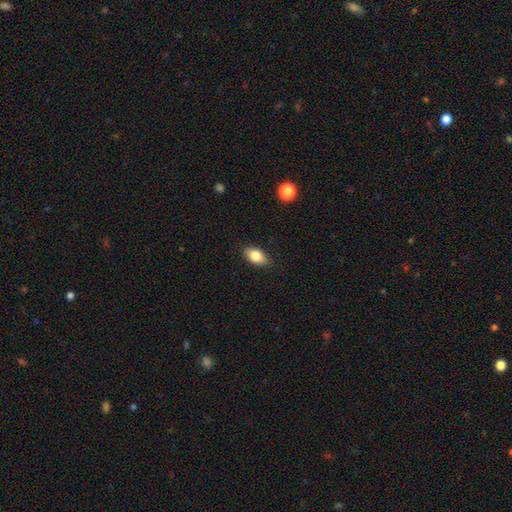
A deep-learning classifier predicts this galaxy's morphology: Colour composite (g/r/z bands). It shows a smooth galaxy with no disk features (82%) that is in between round and cigar-shaped (89%). Merging: none (85%).